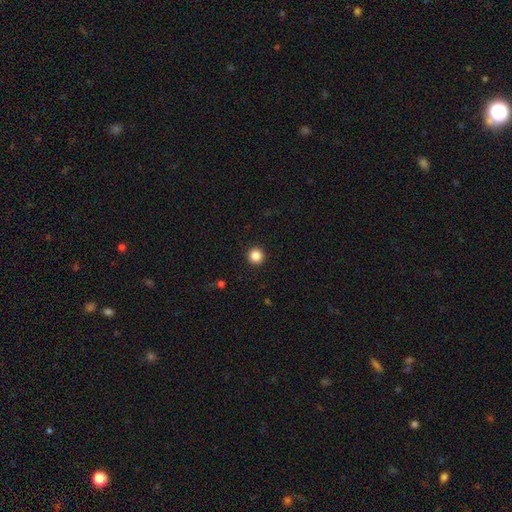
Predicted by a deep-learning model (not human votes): smooth_or_featured: smooth (p=0.86) [alt: star or artifact p=0.11]
how_rounded: round (p=0.96) [alt: in between p=0.03]
merging: none (p=0.93) [alt: minor disturbance p=0.04]